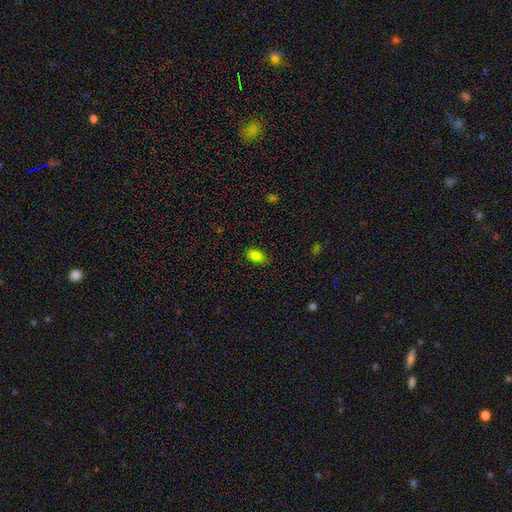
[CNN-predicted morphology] This appears to be a smooth galaxy with no disk features (84%) that is in between round and cigar-shaped (89%). Merging: none (85%).